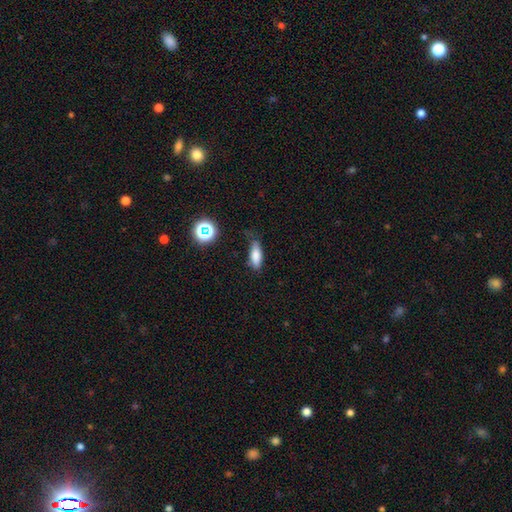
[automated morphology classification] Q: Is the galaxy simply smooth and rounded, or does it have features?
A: smooth — 79%.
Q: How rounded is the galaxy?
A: in between — 67%.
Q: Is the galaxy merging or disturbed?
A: none — 57%.